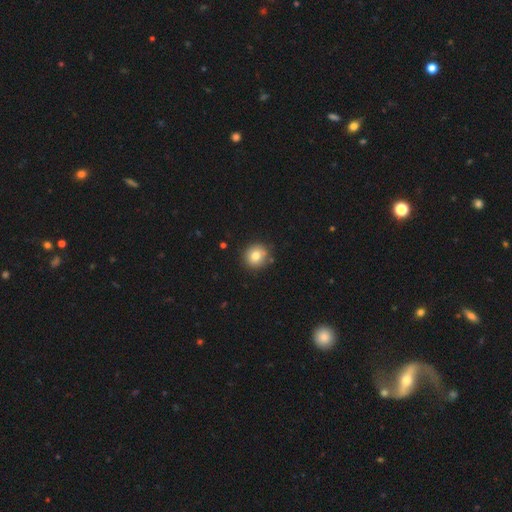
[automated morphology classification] Smooth or featured? smooth (79%)
How rounded? round (91%)
Merging? none (86%)